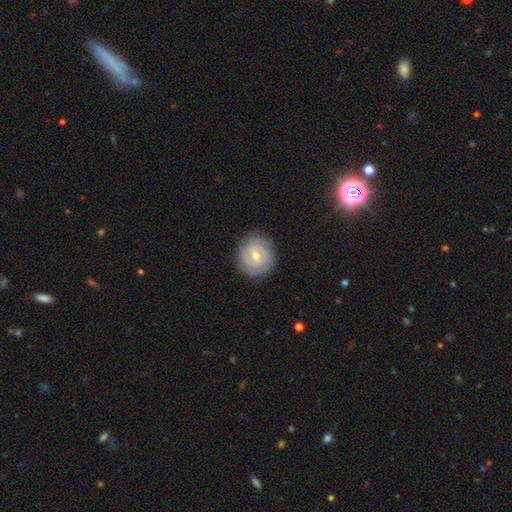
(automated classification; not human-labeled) Smooth or featured: featured or disk — 61% (smooth — 33%)
Edge-on disk: no — 97% (yes — 3%)
Bar: weak — 58% (no — 29%)
Spiral arms: yes — 81% (no — 19%)
Bulge size: moderate — 52% (small — 45%)
Merging: none — 86% (minor disturbance — 10%)